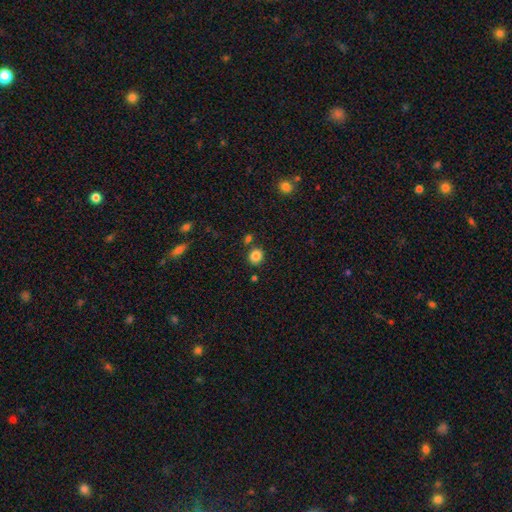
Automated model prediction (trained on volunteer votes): Morphology: type=smooth (84%); roundness=round (83%); merging=none (80%).